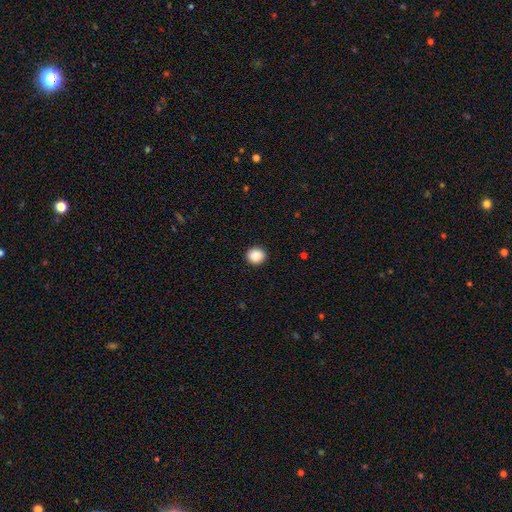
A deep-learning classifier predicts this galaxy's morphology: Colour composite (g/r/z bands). It shows a smooth galaxy with no disk features (89%) that is round (89%). Merging: none (92%).